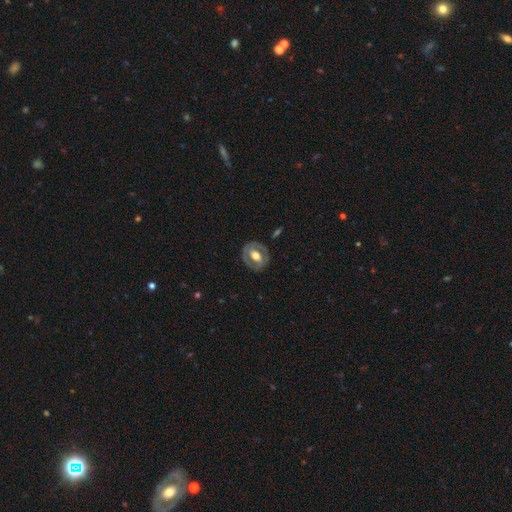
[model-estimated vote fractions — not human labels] smooth-or-featured: featured or disk: 61% | smooth: 34% | star or artifact: 6%
  disk-edge-on: no: 93% | yes: 7%
    bar: no: 42% | weak: 33% | strong: 25%
    has-spiral-arms: no: 68% | yes: 32%
    bulge-size: moderate: 63% | large: 27% | small: 7% | dominant: 2% | none: 1%
  merging: none: 81% | minor disturbance: 13% | major disturbance: 5% | merger: 2%